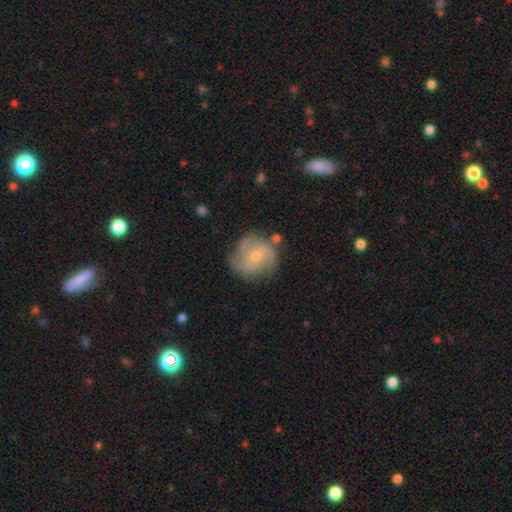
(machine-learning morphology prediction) Q: Smooth or featured?
A: featured or disk (68%); runner-up: smooth (25%)
Q: Edge-on disk?
A: no (98%); runner-up: yes (2%)
Q: Bar?
A: no (64%); runner-up: weak (31%)
Q: Spiral arms?
A: yes (89%); runner-up: no (11%)
Q: Spiral winding?
A: medium (44%); runner-up: tight (40%)
Q: Spiral arm count?
A: 3 (37%); runner-up: can't tell (25%)
Q: Bulge size?
A: small (65%); runner-up: moderate (31%)
Q: Merging?
A: none (68%); runner-up: minor disturbance (20%)